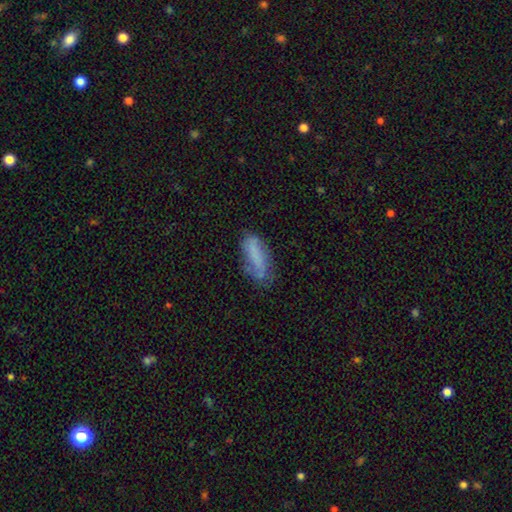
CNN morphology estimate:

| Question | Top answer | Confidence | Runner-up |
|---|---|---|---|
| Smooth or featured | smooth | 70% | featured or disk (21%) |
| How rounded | in between | 60% | cigar-shaped (38%) |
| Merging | none | 56% | minor disturbance (29%) |